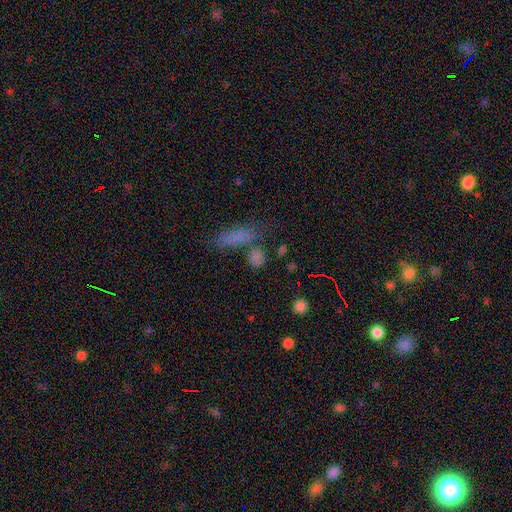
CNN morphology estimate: This is likely a smooth galaxy (66%). How rounded: possibly in between (46%). Merging: likely none (60%).